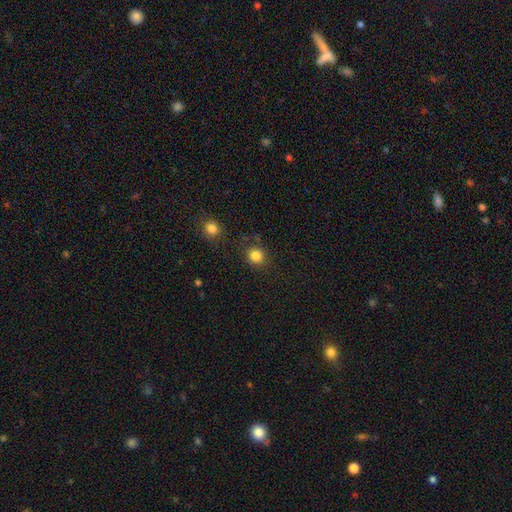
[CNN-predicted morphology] This appears to be a smooth galaxy with no disk features (84%) that is round (89%). Merging: none (83%).